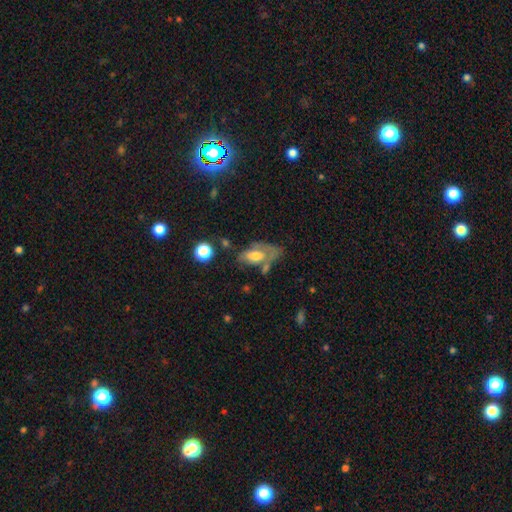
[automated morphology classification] A smooth galaxy with no disk features (51%) that is in between round and cigar-shaped (88%). Merging: none (31%).